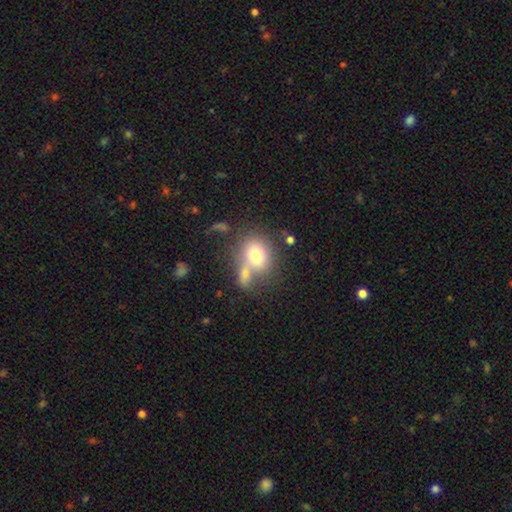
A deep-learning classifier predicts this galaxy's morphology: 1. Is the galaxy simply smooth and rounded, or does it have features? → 73% smooth, 16% featured or disk, 11% star or artifact.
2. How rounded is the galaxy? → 67% round, 32% in between, 1% cigar-shaped.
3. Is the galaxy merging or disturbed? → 46% none, 33% merger, 13% minor disturbance, 8% major disturbance.